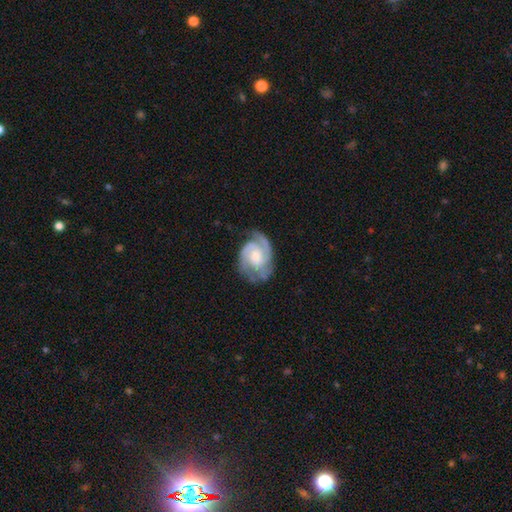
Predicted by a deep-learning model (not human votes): A featured or disk galaxy (87%) with no bar (63%), 2 (53%) tight (50%) spiral arms (97%) and a moderate central bulge (49%). Merging: none (69%).